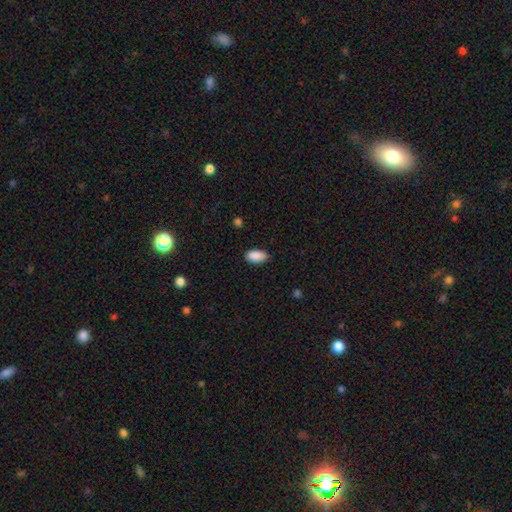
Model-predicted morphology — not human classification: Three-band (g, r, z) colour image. It shows a smooth galaxy with no disk features (89%) that is in between round and cigar-shaped (93%). Merging: none (81%).